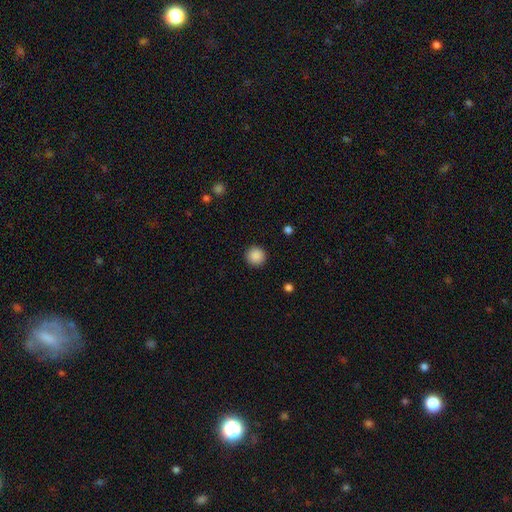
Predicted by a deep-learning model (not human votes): A smooth galaxy with no disk features (88%) that is round (95%). Merging: none (92%).